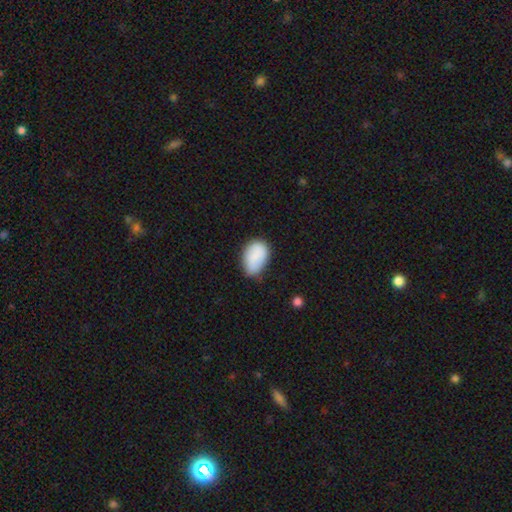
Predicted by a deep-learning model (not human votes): Overall: smooth (84%). How rounded: in between (87%). Merging: none (56%; minor disturbance 35%).